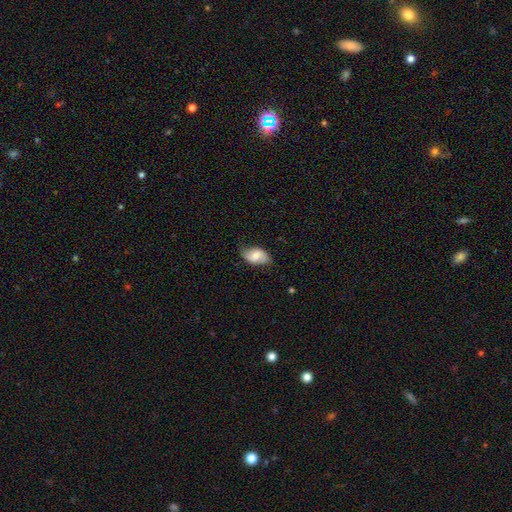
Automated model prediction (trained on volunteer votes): smooth-or-featured: smooth: 51% | featured or disk: 42% | star or artifact: 7%
  how-rounded: in between: 91% | round: 7% | cigar-shaped: 2%
  merging: none: 69% | minor disturbance: 25% | major disturbance: 6% | merger: 1%